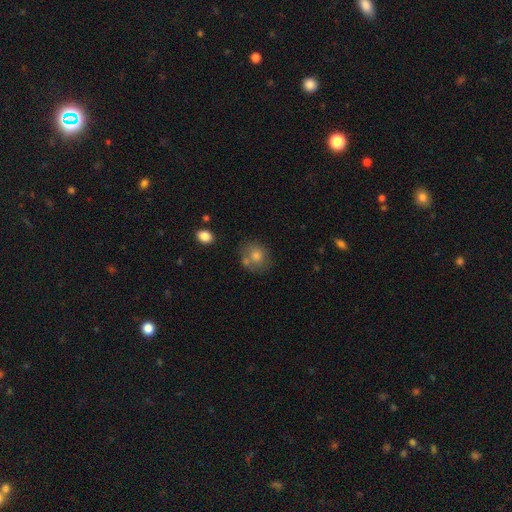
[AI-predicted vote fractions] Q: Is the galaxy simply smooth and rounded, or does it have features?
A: smooth — 70%.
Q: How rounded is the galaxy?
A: round — 77%.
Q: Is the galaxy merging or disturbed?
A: none — 62%.